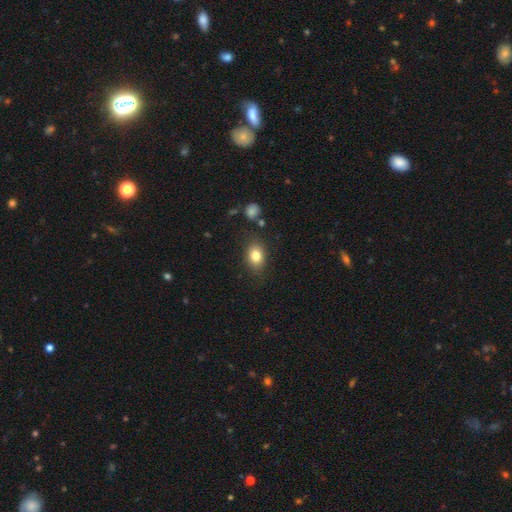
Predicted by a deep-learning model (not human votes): Morphology: type=smooth (81%); roundness=in between (74%); merging=none (80%).